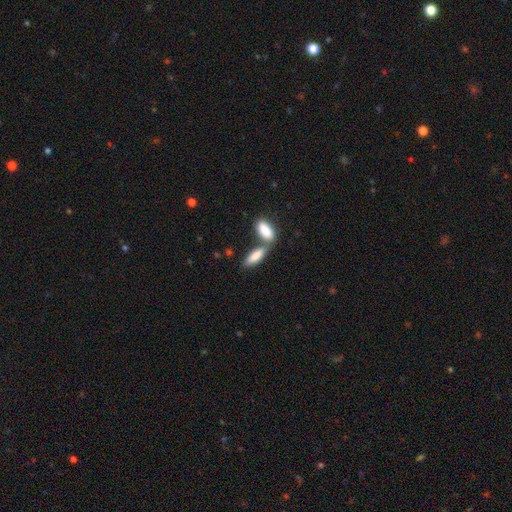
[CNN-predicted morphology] The model was most divided on "merging": merger: 50%, none: 38%, minor disturbance: 9%, major disturbance: 3%. More confident: smooth or featured — smooth (84%); how rounded — in between (68%).